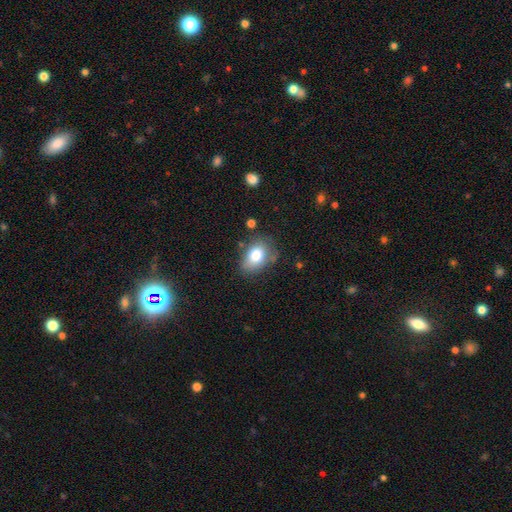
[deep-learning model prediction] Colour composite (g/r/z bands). It shows a smooth galaxy with no disk features (79%) that is in between round and cigar-shaped (80%). Merging: none (68%).